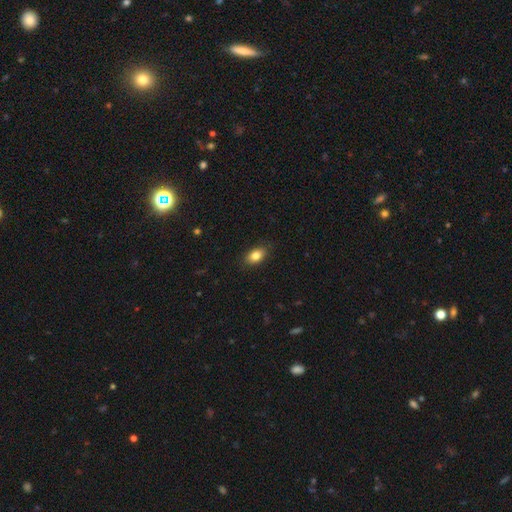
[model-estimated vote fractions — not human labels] The model was most divided on "smooth or featured": smooth: 84%, star or artifact: 8%, featured or disk: 8%. More confident: how rounded — in between (87%); merging — none (86%).